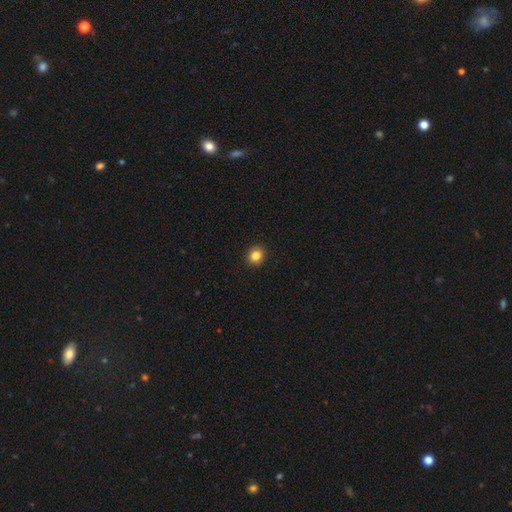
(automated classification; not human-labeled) Morphology: type=smooth (84%); roundness=round (75%); merging=none (91%).